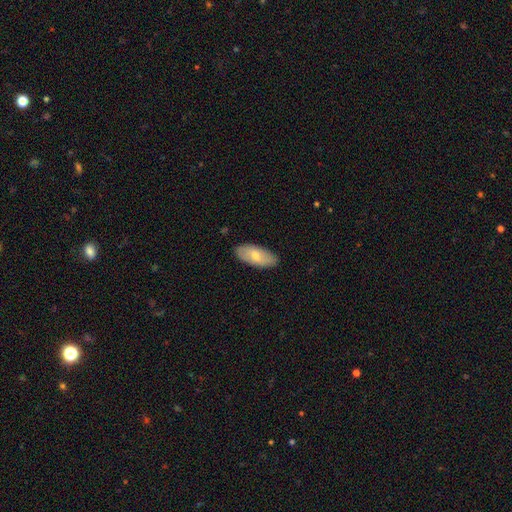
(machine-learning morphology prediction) A smooth galaxy with no disk features (67%) that is in between round and cigar-shaped (89%).

Vote fractions:
- Smooth or featured? smooth: 67% / featured or disk: 27% / star or artifact: 5%
- How rounded? in between: 89% / cigar-shaped: 8% / round: 2%
- Merging? none: 85% / minor disturbance: 11% / major disturbance: 2% / merger: 1%